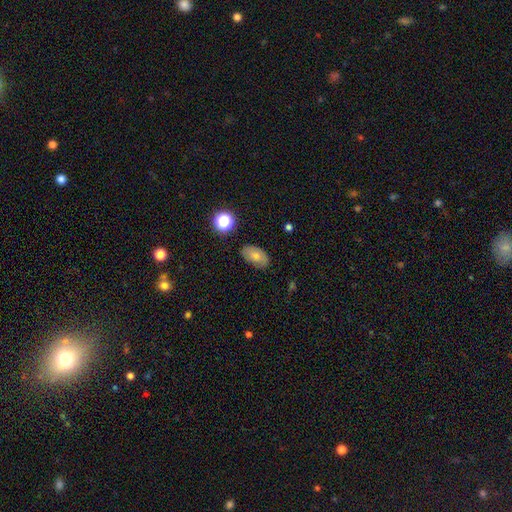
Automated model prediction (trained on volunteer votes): Smooth or featured?
  - smooth: 71% *
  - featured or disk: 19%
  - star or artifact: 10%
How rounded?
  - in between: 90% *
  - round: 8%
  - cigar-shaped: 2%
Merging?
  - none: 80% *
  - minor disturbance: 15%
  - major disturbance: 3%
  - merger: 2%